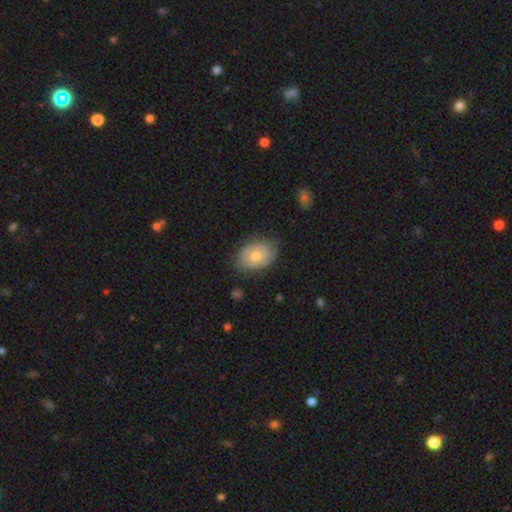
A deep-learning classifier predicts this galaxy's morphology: This appears to be a smooth galaxy with no disk features (55%) that is in between round and cigar-shaped (80%). Merging: none (74%).